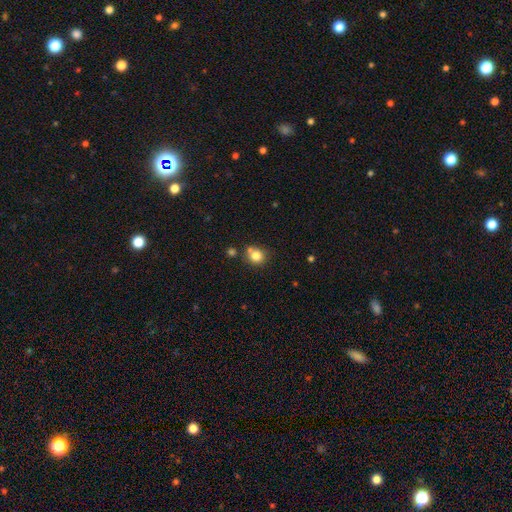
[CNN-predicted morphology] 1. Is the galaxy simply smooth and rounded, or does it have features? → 80% smooth, 12% star or artifact, 8% featured or disk.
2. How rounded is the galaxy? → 84% round, 15% in between, 1% cigar-shaped.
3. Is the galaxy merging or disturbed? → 63% none, 21% merger, 12% minor disturbance, 4% major disturbance.